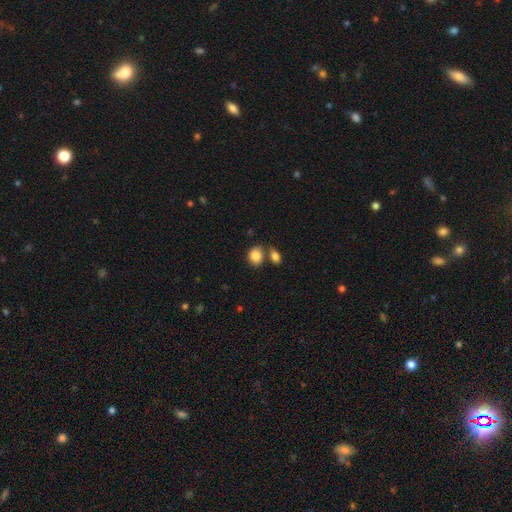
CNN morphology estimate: smooth-or-featured: smooth: 85% | star or artifact: 8% | featured or disk: 6%
  how-rounded: in between: 52% | round: 46% | cigar-shaped: 1%
  merging: none: 52% | merger: 28% | minor disturbance: 15% | major disturbance: 5%